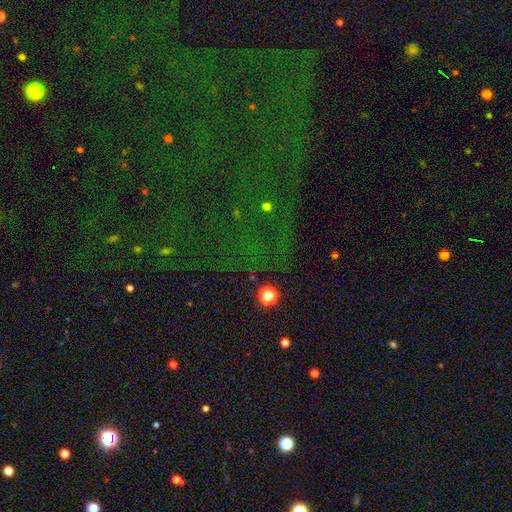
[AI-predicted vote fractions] Overall: star or artifact (82%).